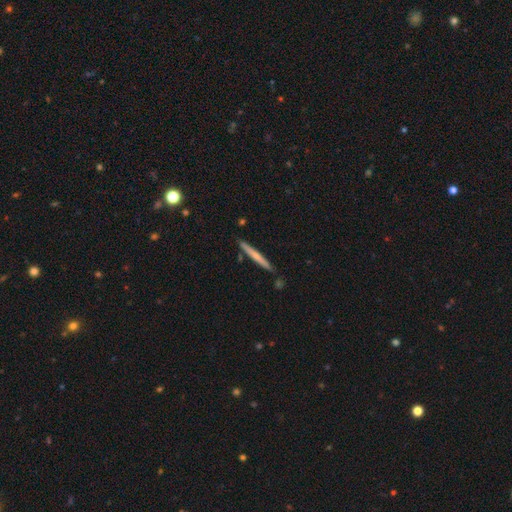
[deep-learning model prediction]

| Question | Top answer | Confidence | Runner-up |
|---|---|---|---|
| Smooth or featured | smooth | 52% | featured or disk (43%) |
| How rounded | cigar-shaped | 96% | in between (2%) |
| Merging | none | 87% | minor disturbance (8%) |